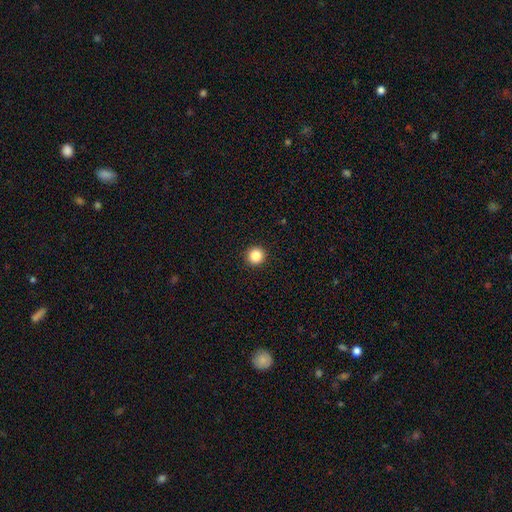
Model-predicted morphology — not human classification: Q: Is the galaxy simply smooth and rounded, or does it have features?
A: smooth — 86%.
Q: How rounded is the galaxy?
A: round — 94%.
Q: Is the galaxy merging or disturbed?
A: none — 93%.